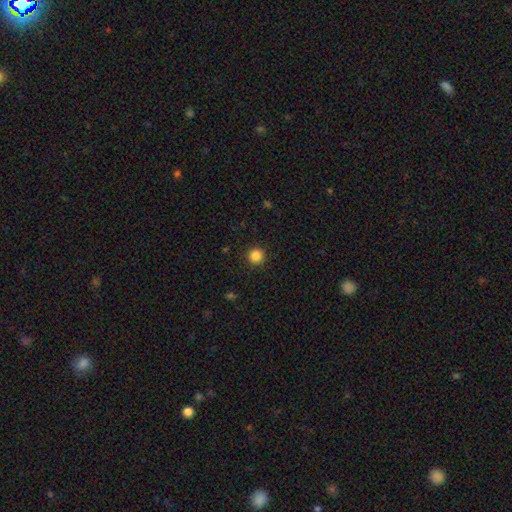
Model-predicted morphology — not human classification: type=smooth (86%); roundness=round (96%); merging=none (92%).